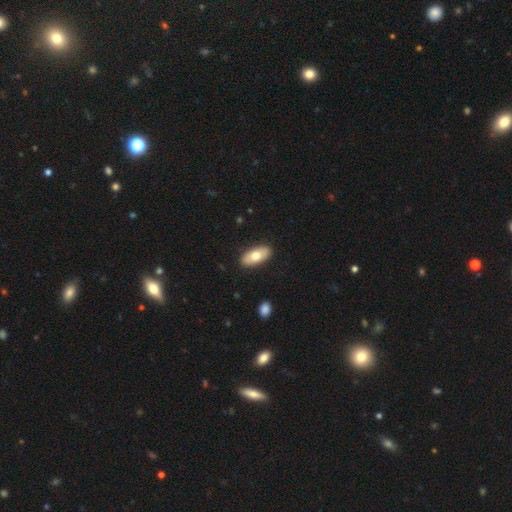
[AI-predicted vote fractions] The model was most divided on "smooth or featured": smooth: 72%, featured or disk: 23%, star or artifact: 6%. More confident: how rounded — in between (89%); merging — none (88%).